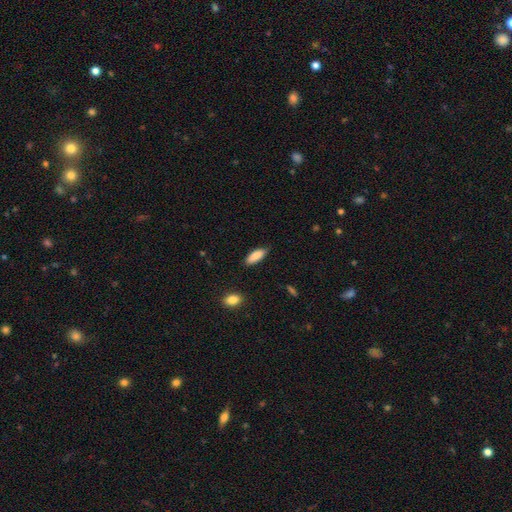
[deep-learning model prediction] Smooth or featured? Predicted: smooth (p=0.85). How rounded? Predicted: in between (p=0.71). Merging? Predicted: none (p=0.80).